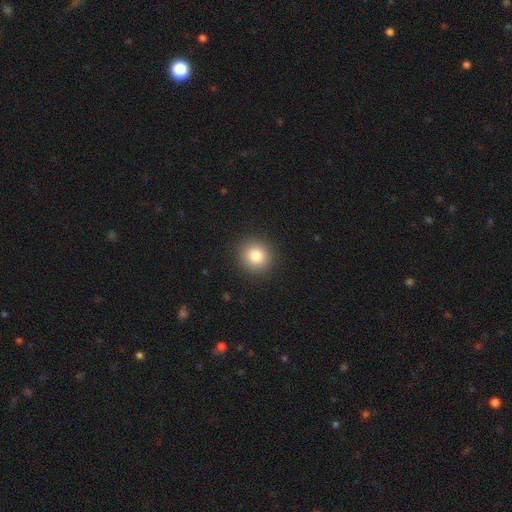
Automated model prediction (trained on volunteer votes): Smooth or featured: smooth — 83% (star or artifact — 11%)
How rounded: round — 92% (in between — 7%)
Merging: none — 92% (minor disturbance — 5%)